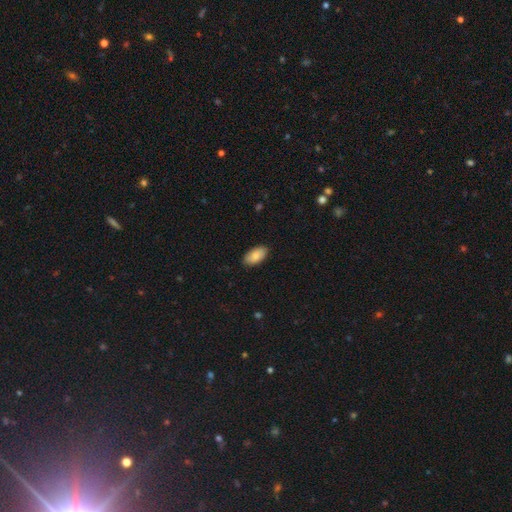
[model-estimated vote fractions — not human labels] The model was most divided on "merging": none: 86%, minor disturbance: 11%, major disturbance: 2%, merger: 1%. More confident: how rounded — in between (95%); smooth or featured — smooth (86%).